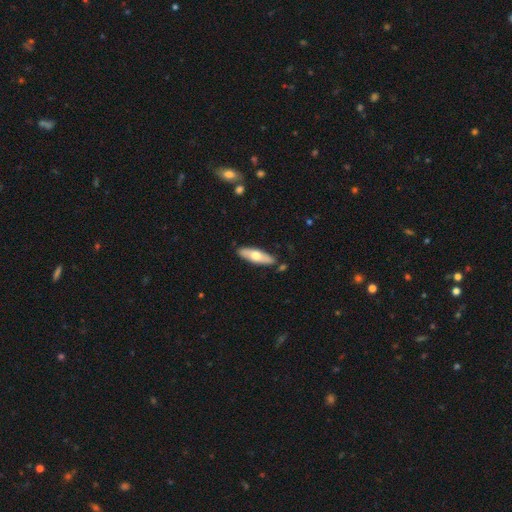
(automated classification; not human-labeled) This appears to be a smooth galaxy with no disk features (57%) that is cigar-shaped (53%). Merging: none (85%).